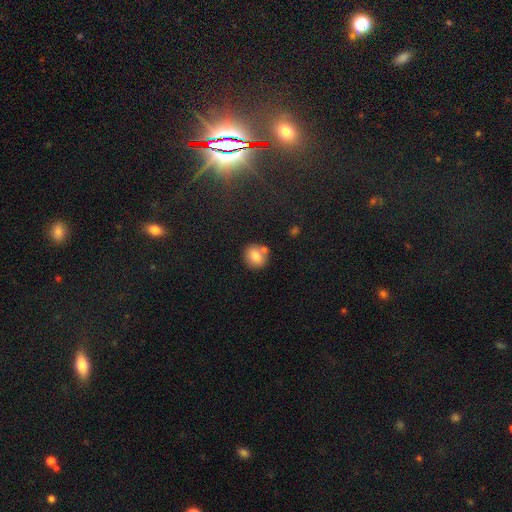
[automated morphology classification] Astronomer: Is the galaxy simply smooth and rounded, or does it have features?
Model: smooth — 78%.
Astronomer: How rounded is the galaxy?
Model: round — 63%.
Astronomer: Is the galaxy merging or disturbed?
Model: none — 65%.